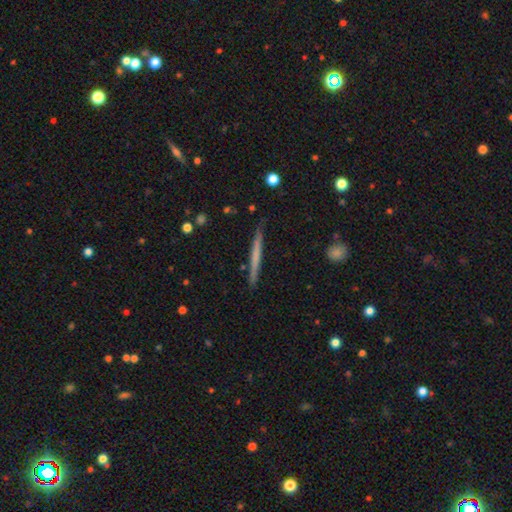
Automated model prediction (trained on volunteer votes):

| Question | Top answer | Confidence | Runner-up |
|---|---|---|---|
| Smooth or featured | smooth | 49% | featured or disk (46%) |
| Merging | none | 89% | minor disturbance (8%) |